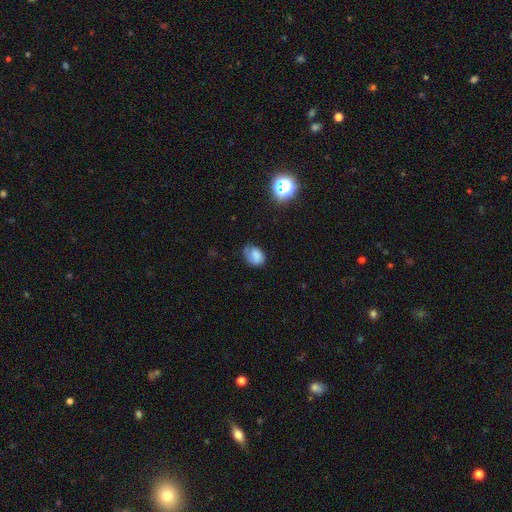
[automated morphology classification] smooth_or_featured: smooth (p=0.71) [alt: featured or disk p=0.17]
how_rounded: in between (p=0.70) [alt: round p=0.29]
merging: none (p=0.49) [alt: minor disturbance p=0.34]